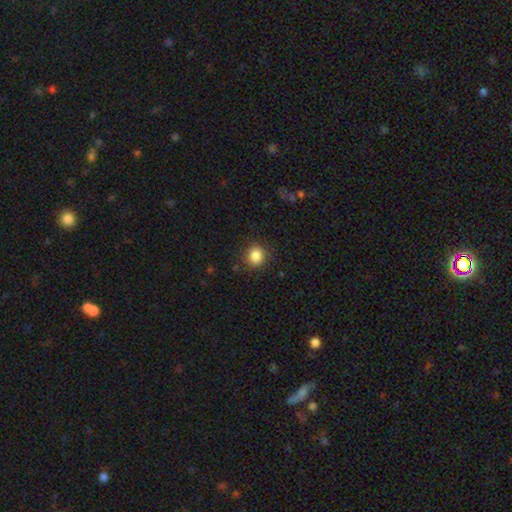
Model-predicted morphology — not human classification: Smooth or featured: smooth — 85% (star or artifact — 10%)
How rounded: round — 82% (in between — 17%)
Merging: none — 85% (minor disturbance — 10%)